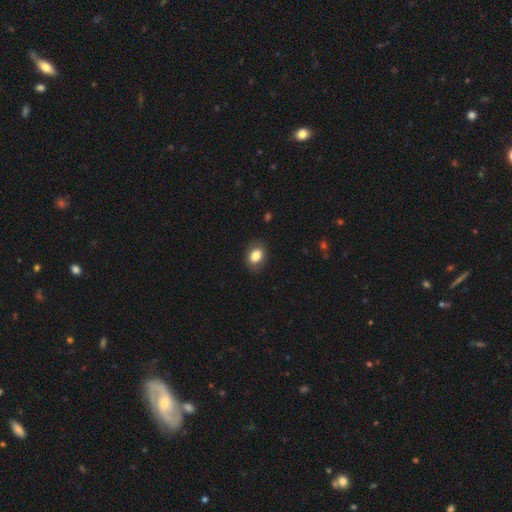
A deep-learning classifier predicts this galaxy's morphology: A smooth galaxy with no disk features (84%) that is in between round and cigar-shaped (71%). Merging: none (85%).